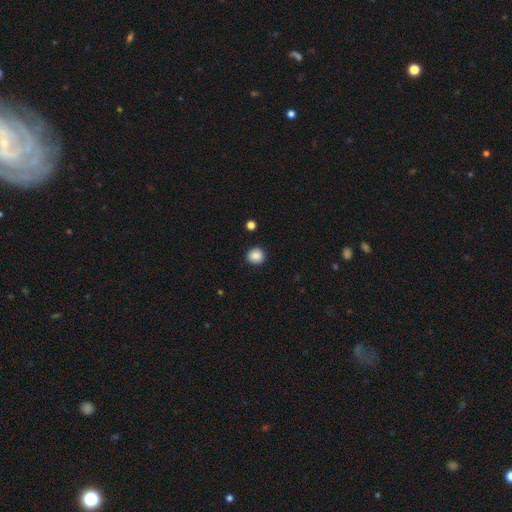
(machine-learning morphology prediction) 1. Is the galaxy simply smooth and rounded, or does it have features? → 87% smooth, 9% star or artifact, 5% featured or disk.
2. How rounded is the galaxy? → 91% round, 8% in between, 1% cigar-shaped.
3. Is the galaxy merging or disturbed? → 91% none, 6% minor disturbance, 2% major disturbance, 1% merger.